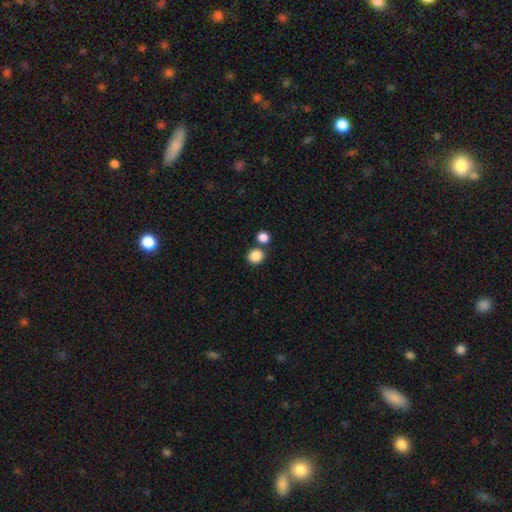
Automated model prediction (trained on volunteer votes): Morphology: type=smooth (87%); roundness=round (82%); merging=none (72%).